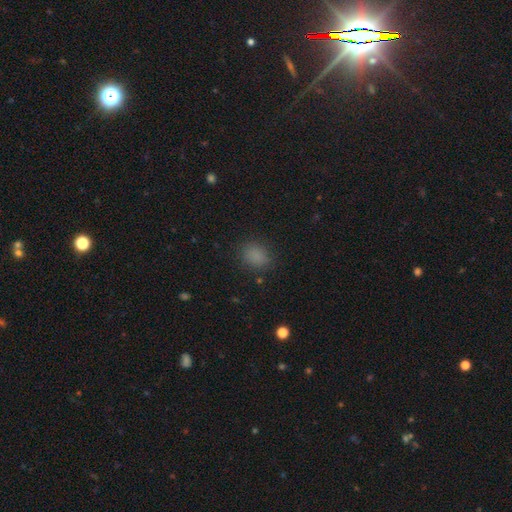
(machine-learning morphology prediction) Smooth or featured? Predicted: smooth (p=0.82). How rounded? Predicted: in between (p=0.57). Merging? Predicted: none (p=0.83).